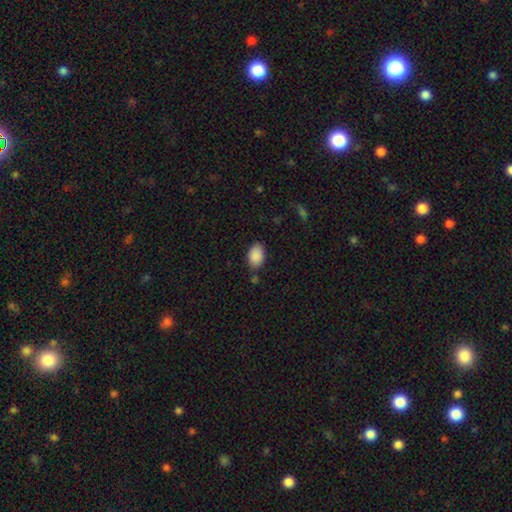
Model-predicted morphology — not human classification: Smooth or featured? Predicted: smooth (p=0.90). How rounded? Predicted: in between (p=0.86). Merging? Predicted: none (p=0.78).